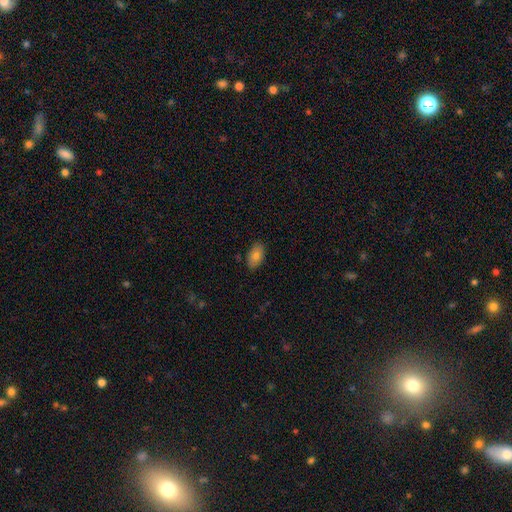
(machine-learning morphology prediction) This appears to be a smooth galaxy with no disk features (81%) that is in between round and cigar-shaped (92%). Merging: none (87%).